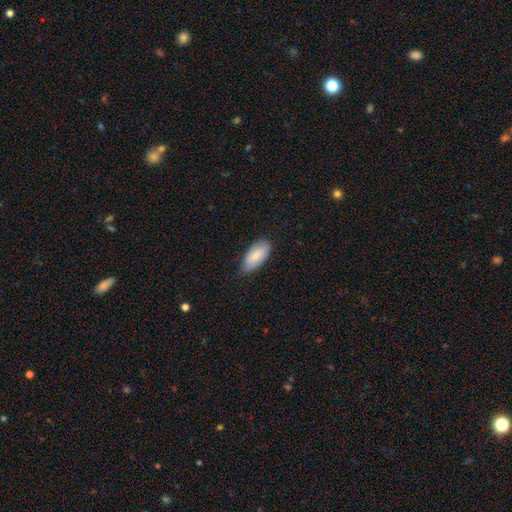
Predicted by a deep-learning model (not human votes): This appears to be a smooth galaxy with no disk features (79%) that is in between round and cigar-shaped (92%). Merging: none (71%).